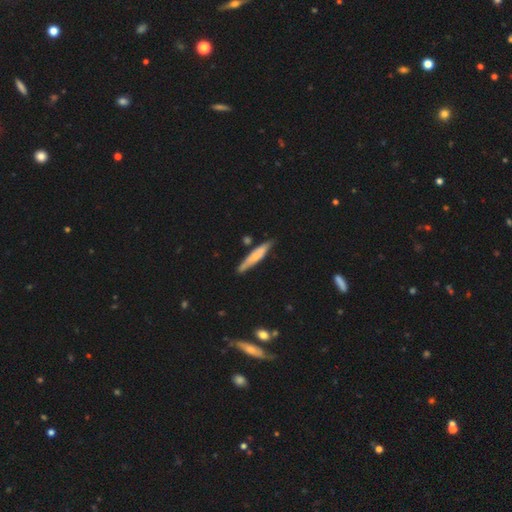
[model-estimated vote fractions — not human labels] Morphology: type=smooth (57%); roundness=cigar-shaped (87%); merging=none (76%).